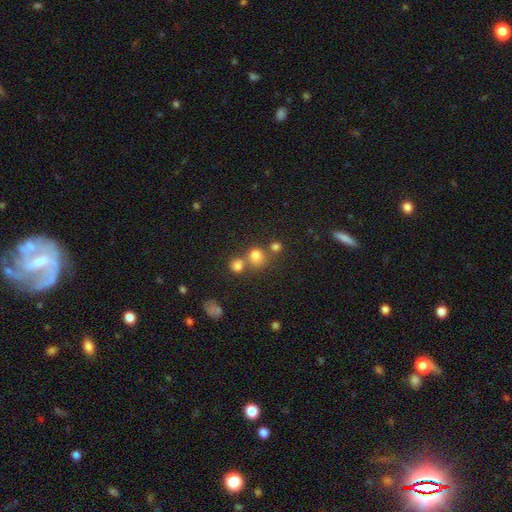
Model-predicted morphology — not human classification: Smooth or featured: smooth — 76% (star or artifact — 16%)
How rounded: round — 83% (in between — 16%)
Merging: none — 54% (merger — 32%)